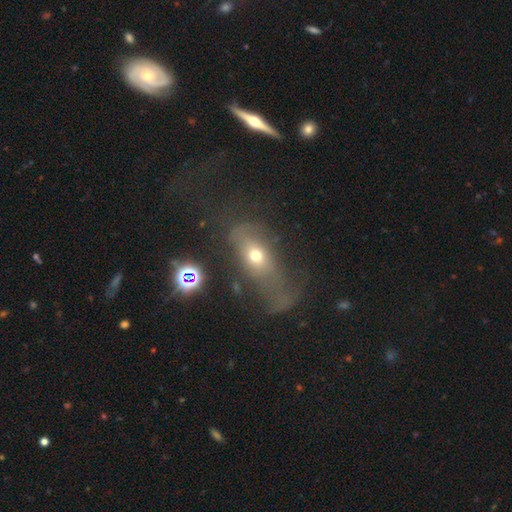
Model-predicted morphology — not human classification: smooth-or-featured: smooth: 52% | featured or disk: 32% | star or artifact: 16%
  how-rounded: in between: 69% | round: 23% | cigar-shaped: 9%
  merging: major disturbance: 53% | none: 24% | minor disturbance: 15% | merger: 7%